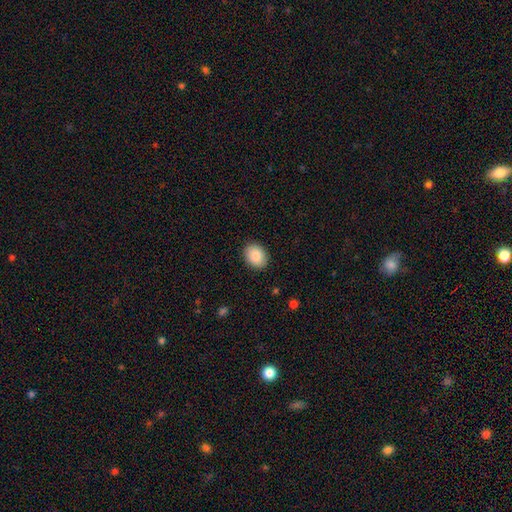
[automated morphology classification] type=smooth (89%); roundness=in between (64%); merging=none (89%).